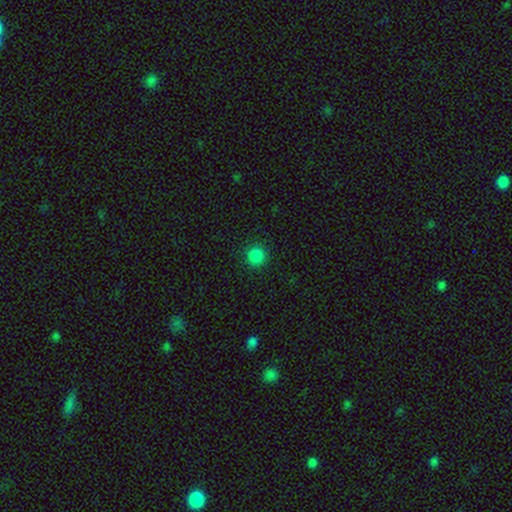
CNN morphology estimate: A smooth galaxy with no disk features (85%) that is round (94%). Merging: none (91%).